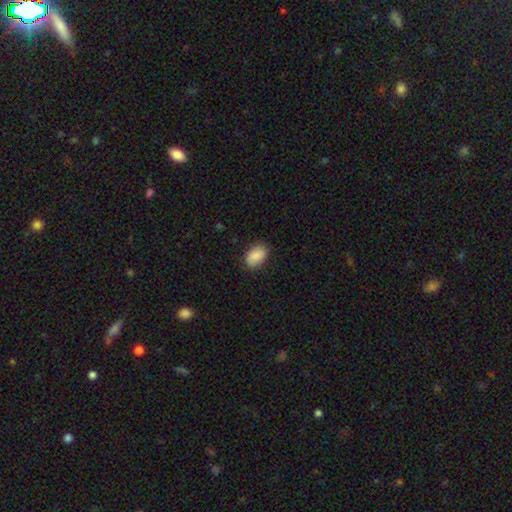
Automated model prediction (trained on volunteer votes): Morphology: type=smooth (87%); roundness=in between (88%); merging=none (83%).